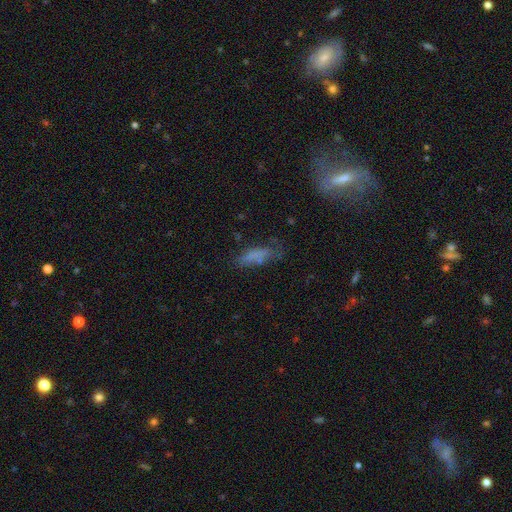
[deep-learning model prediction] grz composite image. It shows a smooth galaxy with no disk features (67%) that is in between round and cigar-shaped (50%). Merging: none (47%).